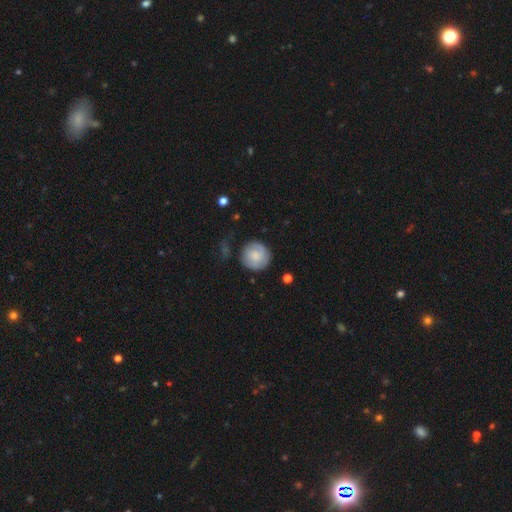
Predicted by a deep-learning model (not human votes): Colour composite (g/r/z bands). It shows a smooth galaxy with no disk features (69%) that is round (93%). Merging: none (76%).